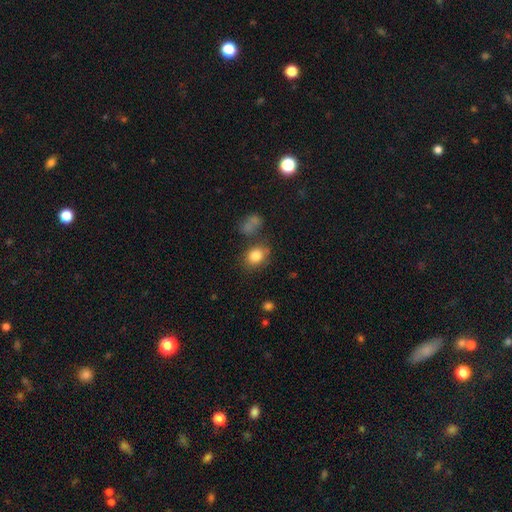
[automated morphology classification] smooth_or_featured: smooth (p=0.82) [alt: star or artifact p=0.10]
how_rounded: round (p=0.50) [alt: in between p=0.49]
merging: none (p=0.71) [alt: minor disturbance p=0.15]